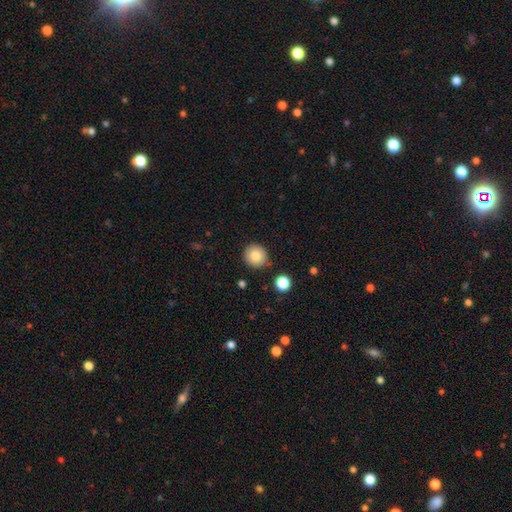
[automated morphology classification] A smooth galaxy with no disk features (83%) that is round (94%). Merging: none (88%).